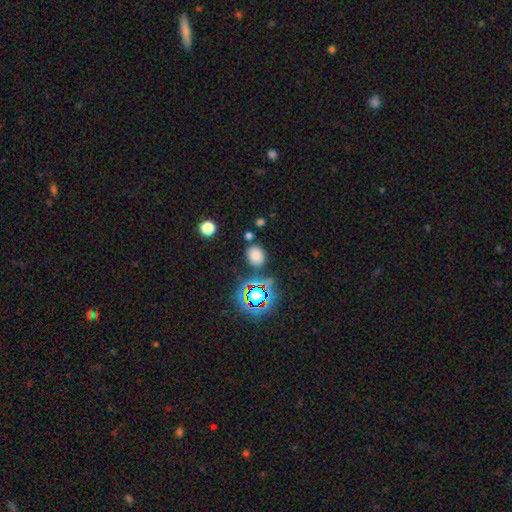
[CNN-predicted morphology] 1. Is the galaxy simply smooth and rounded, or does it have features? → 75% smooth, 20% star or artifact, 6% featured or disk.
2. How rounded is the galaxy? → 58% round, 41% in between, 1% cigar-shaped.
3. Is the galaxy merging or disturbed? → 78% none, 12% minor disturbance, 6% merger, 4% major disturbance.